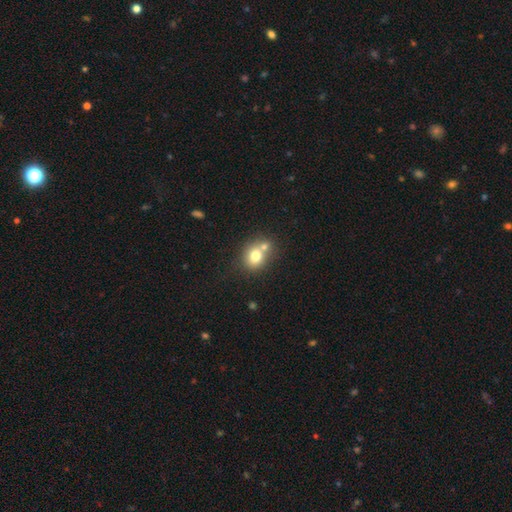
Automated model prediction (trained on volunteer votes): smooth_or_featured: smooth (p=0.75) [alt: featured or disk p=0.15]
how_rounded: round (p=0.63) [alt: in between p=0.36]
merging: none (p=0.45) [alt: merger p=0.41]